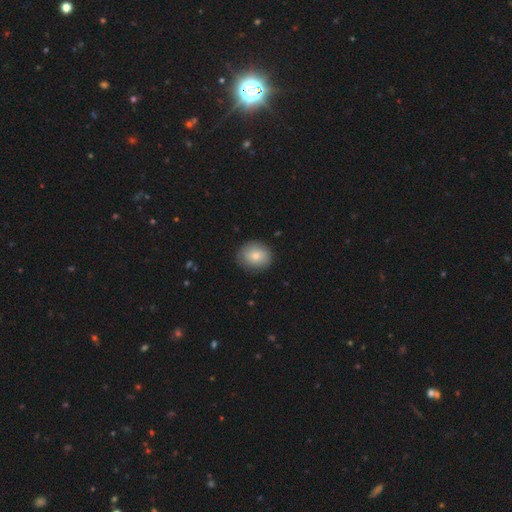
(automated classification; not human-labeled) This is likely a smooth galaxy (79%). How rounded: likely round (69%). Merging: clearly none (85%).